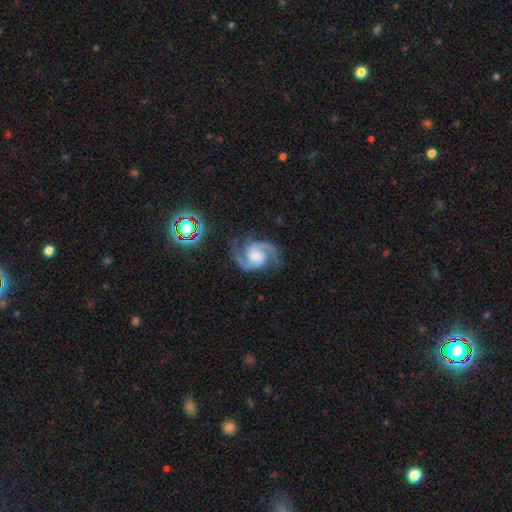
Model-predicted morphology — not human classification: Smooth or featured? Predicted: featured or disk (p=0.91). Edge-on disk? Predicted: no (p=0.98). Bar? Predicted: no (p=0.62). Spiral arms? Predicted: yes (p=0.98). Spiral winding? Predicted: medium (p=0.61). Spiral arm count? Predicted: 2 (p=0.93). Bulge size? Predicted: moderate (p=0.43). Merging? Predicted: none (p=0.79).